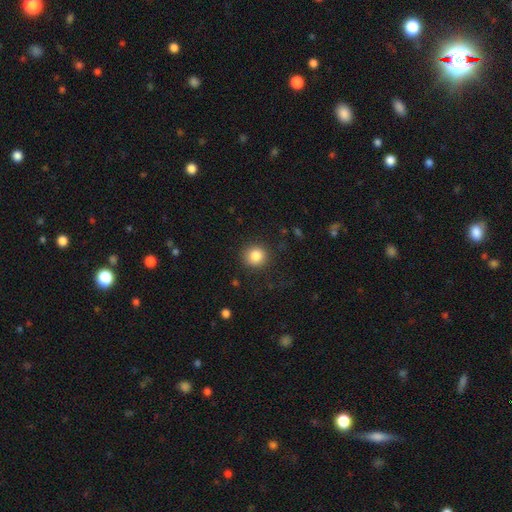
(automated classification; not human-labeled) smooth-or-featured: smooth: 84% | star or artifact: 10% | featured or disk: 6%
  how-rounded: round: 91% | in between: 8% | cigar-shaped: 1%
  merging: none: 88% | minor disturbance: 8% | major disturbance: 3% | merger: 1%